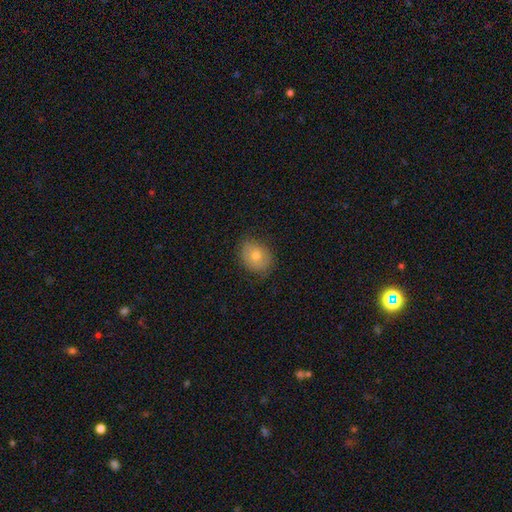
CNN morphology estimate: smooth_or_featured: smooth (p=0.69) [alt: featured or disk p=0.21]
how_rounded: in between (p=0.58) [alt: round p=0.41]
merging: none (p=0.81) [alt: minor disturbance p=0.15]